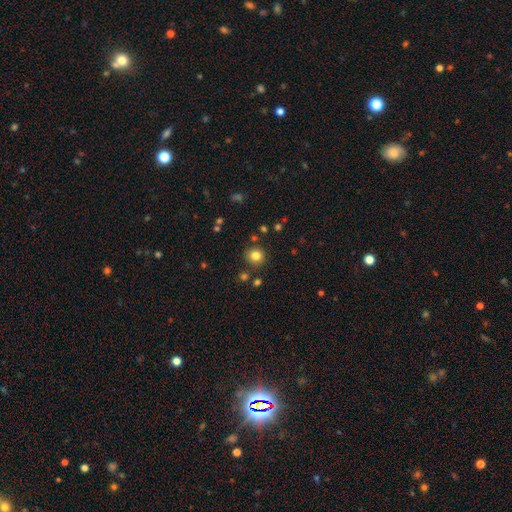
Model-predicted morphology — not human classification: A smooth galaxy with no disk features (81%) that is round (91%). Merging: none (86%).